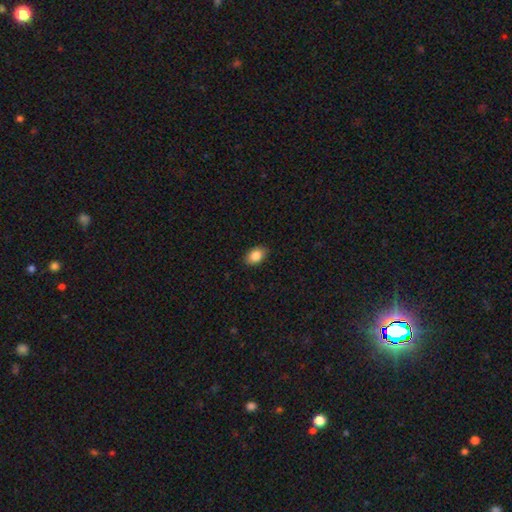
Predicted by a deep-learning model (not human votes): smooth 86%, star or artifact 7%, featured or disk 6%. Down the decision tree: how rounded — in between (89%); merging — none (88%).